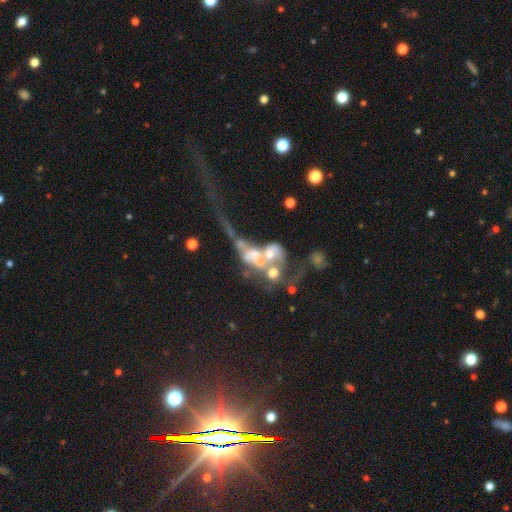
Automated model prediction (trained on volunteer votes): Smooth or featured: featured or disk — 61% (smooth — 23%)
Edge-on disk: no — 93% (yes — 7%)
Bar: no — 82% (weak — 11%)
Spiral arms: no — 80% (yes — 20%)
Bulge size: none — 34% (moderate — 32%)
Merging: merger — 64% (major disturbance — 21%)